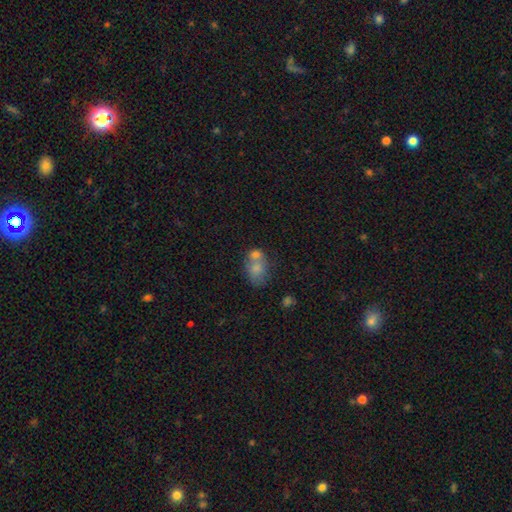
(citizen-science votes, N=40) Volunteers were most divided on "merging": merger: 53%, none: 39%, major disturbance: 8%, minor disturbance: 0%. More confident: smooth or featured — smooth (68%); how rounded — in between (63%).